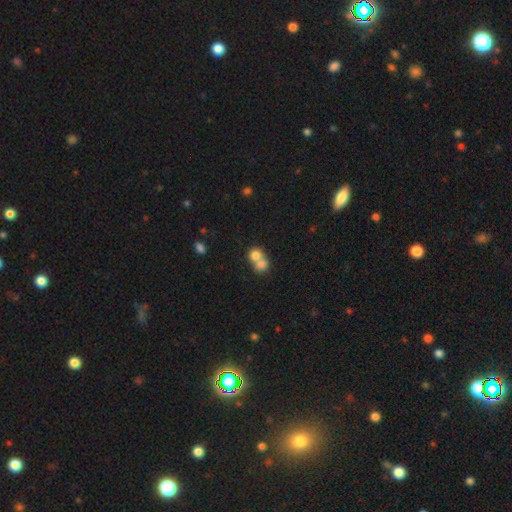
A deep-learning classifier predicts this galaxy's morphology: Smooth or featured? Predicted: smooth (p=0.77). How rounded? Predicted: round (p=0.73). Merging? Predicted: merger (p=0.68).